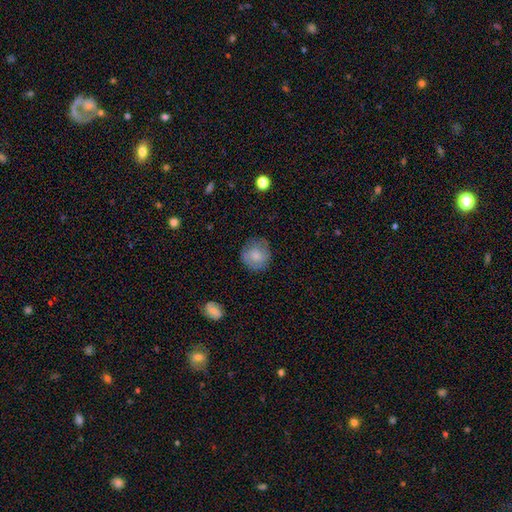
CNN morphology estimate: Smooth or featured?
  - smooth: 67% *
  - featured or disk: 25%
  - star or artifact: 7%
How rounded?
  - round: 88% *
  - in between: 11%
  - cigar-shaped: 1%
Merging?
  - none: 73% *
  - minor disturbance: 20%
  - major disturbance: 6%
  - merger: 1%